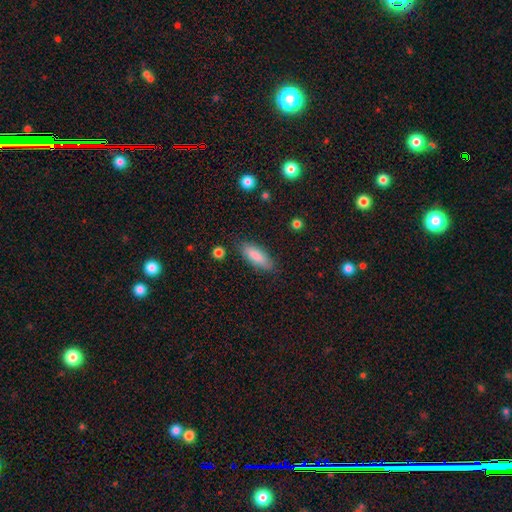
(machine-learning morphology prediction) A smooth galaxy with no disk features (84%) that is in between round and cigar-shaped (62%).

Vote fractions:
- Smooth or featured? smooth: 84% / featured or disk: 9% / star or artifact: 6%
- How rounded? in between: 62% / cigar-shaped: 36% / round: 2%
- Merging? none: 84% / minor disturbance: 12% / major disturbance: 3% / merger: 2%